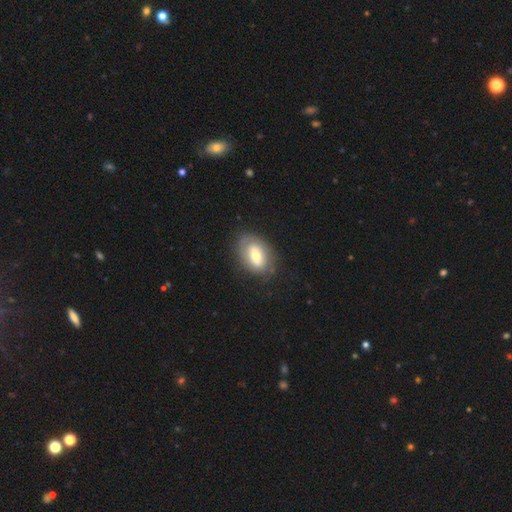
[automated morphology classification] smooth 49%, featured or disk 45%, star or artifact 6%. Down the decision tree: merging — none (71%).